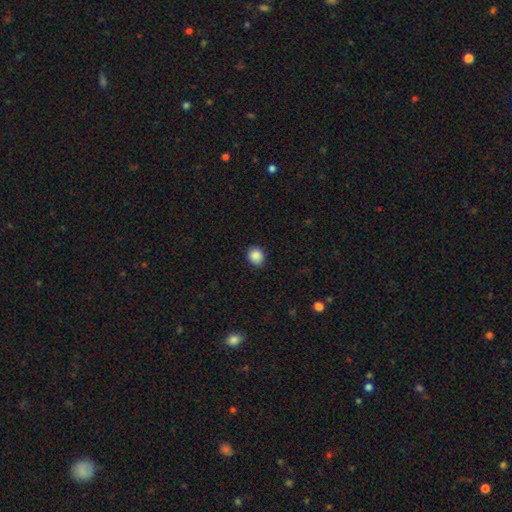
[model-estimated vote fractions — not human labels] This is clearly a smooth galaxy (88%). How rounded: likely round (76%). Merging: clearly none (90%).